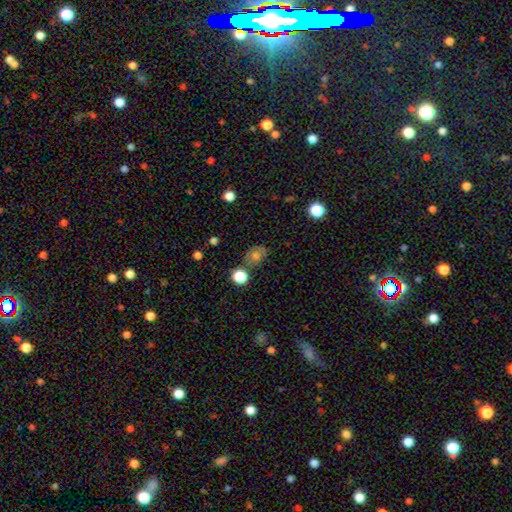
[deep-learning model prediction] This is likely a smooth galaxy (64%). How rounded: possibly in between (53%). Merging: likely none (64%).